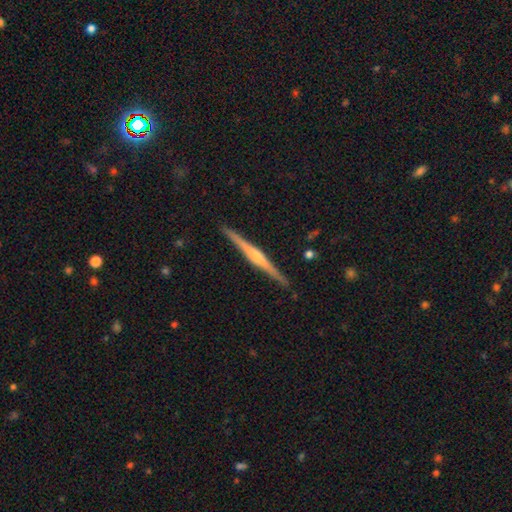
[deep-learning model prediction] Smooth or featured? Predicted: featured or disk (p=0.82). Edge-on disk? Predicted: yes (p=0.99). Edge-on bulge? Predicted: rounded (p=0.84). Merging? Predicted: none (p=0.92).